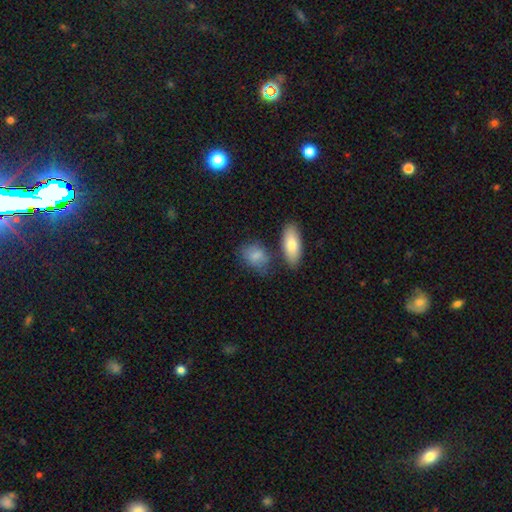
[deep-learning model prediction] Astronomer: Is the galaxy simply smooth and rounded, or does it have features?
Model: smooth — 82%.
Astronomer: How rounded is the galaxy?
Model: in between — 81%.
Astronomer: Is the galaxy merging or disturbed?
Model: none — 58%.